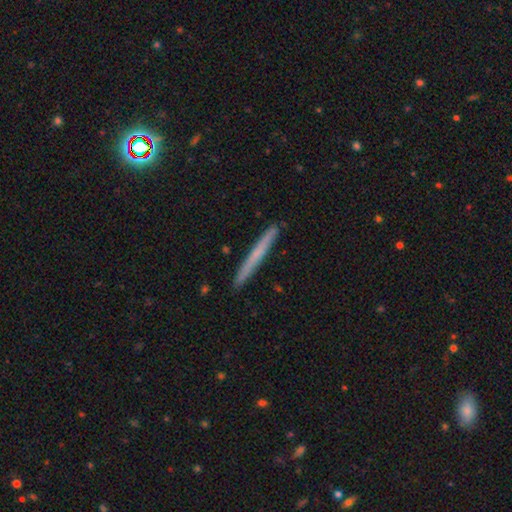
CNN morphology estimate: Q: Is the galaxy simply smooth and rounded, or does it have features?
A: smooth — 57%.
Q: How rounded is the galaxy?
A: cigar-shaped — 97%.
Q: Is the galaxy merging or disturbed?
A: none — 92%.